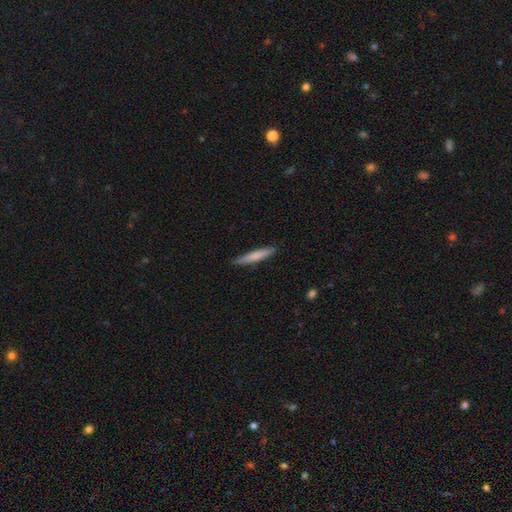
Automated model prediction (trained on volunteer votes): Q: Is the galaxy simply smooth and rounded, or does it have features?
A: smooth — 71%.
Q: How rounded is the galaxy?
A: cigar-shaped — 94%.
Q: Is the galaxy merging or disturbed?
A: none — 89%.